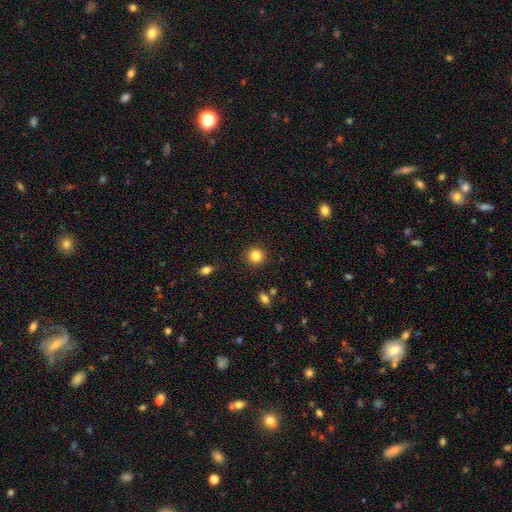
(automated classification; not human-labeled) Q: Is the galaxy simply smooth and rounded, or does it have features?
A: smooth — 84%.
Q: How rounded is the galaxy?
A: round — 93%.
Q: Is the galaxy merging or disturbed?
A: none — 91%.